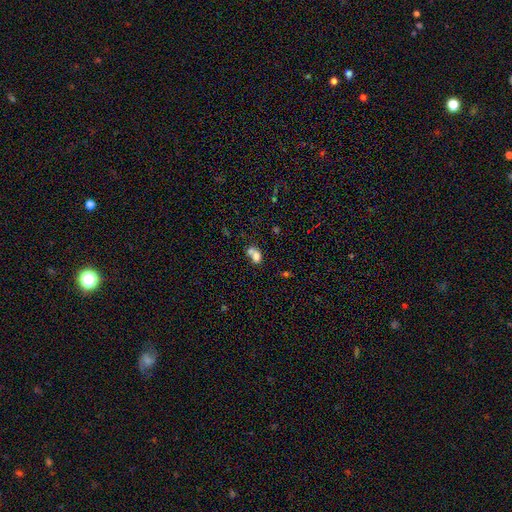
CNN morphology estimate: Smooth or featured?
  - smooth: 73% *
  - featured or disk: 15%
  - star or artifact: 12%
How rounded?
  - in between: 60% *
  - round: 39%
  - cigar-shaped: 1%
Merging?
  - merger: 63% *
  - none: 24%
  - minor disturbance: 8%
  - major disturbance: 5%